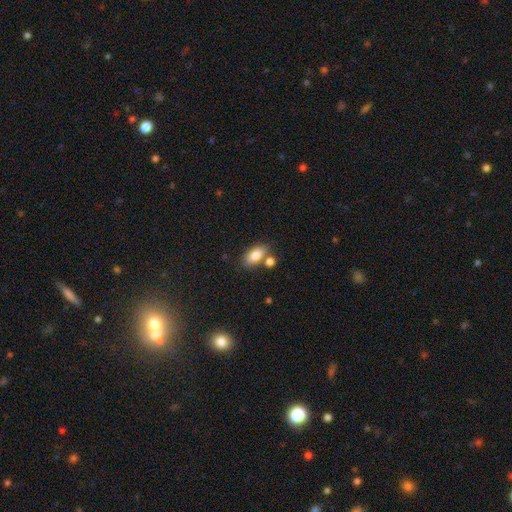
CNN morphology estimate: Smooth or featured: smooth — 81% (featured or disk — 11%)
How rounded: in between — 88% (cigar-shaped — 6%)
Merging: none — 68% (merger — 17%)